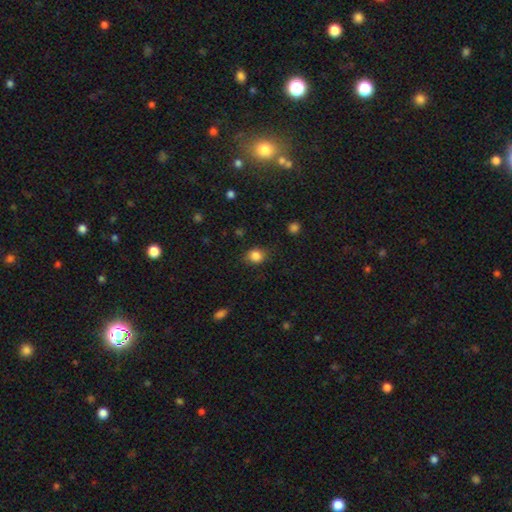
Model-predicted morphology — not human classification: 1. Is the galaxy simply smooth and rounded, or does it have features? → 84% smooth, 11% star or artifact, 5% featured or disk.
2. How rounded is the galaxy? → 64% round, 35% in between, 1% cigar-shaped.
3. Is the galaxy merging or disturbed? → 80% none, 14% minor disturbance, 4% major disturbance, 1% merger.